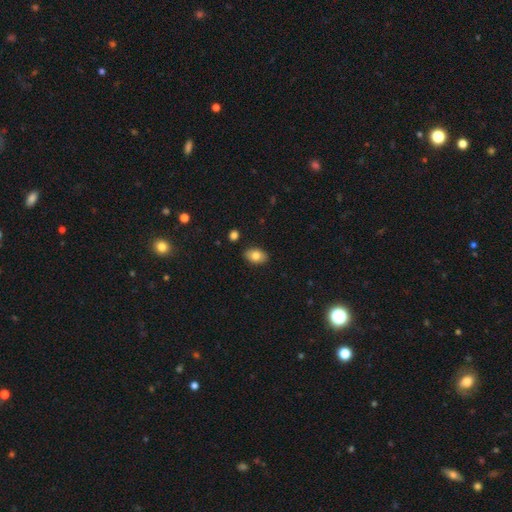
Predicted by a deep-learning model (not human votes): smooth 80%, featured or disk 12%, star or artifact 8%. Down the decision tree: how rounded — in between (89%); merging — none (87%).